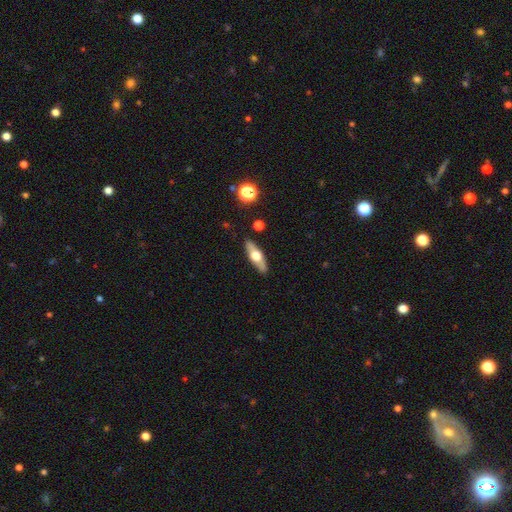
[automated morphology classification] type=featured or disk (51%); edge-on=yes (81%); merging=none (88%).